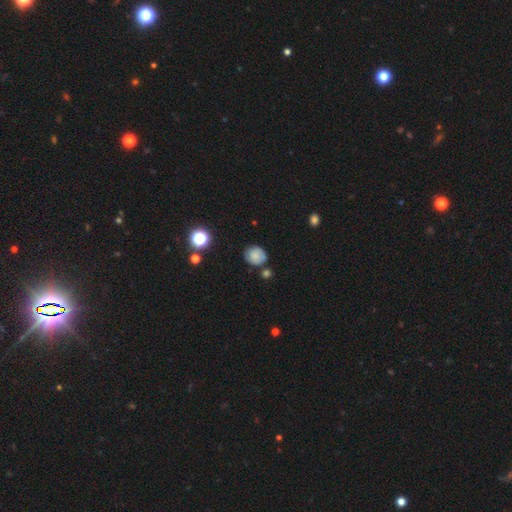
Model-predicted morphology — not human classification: A smooth galaxy with no disk features (72%) that is round (77%).

Vote fractions:
- Smooth or featured? smooth: 72% / featured or disk: 17% / star or artifact: 11%
- How rounded? round: 77% / in between: 22% / cigar-shaped: 1%
- Merging? none: 72% / minor disturbance: 17% / merger: 7% / major disturbance: 4%